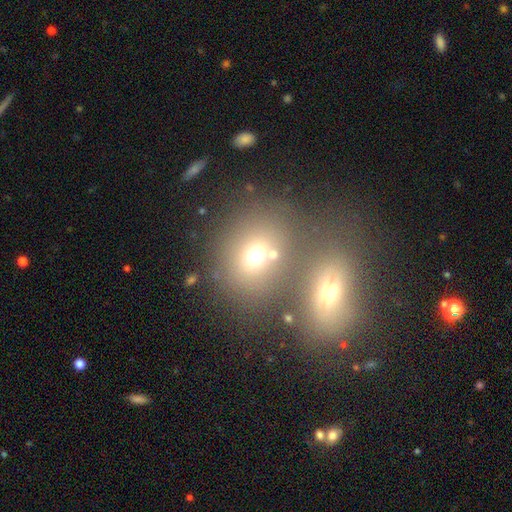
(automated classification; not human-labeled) Morphology: type=smooth (67%); roundness=round (68%); merging=none (53%).